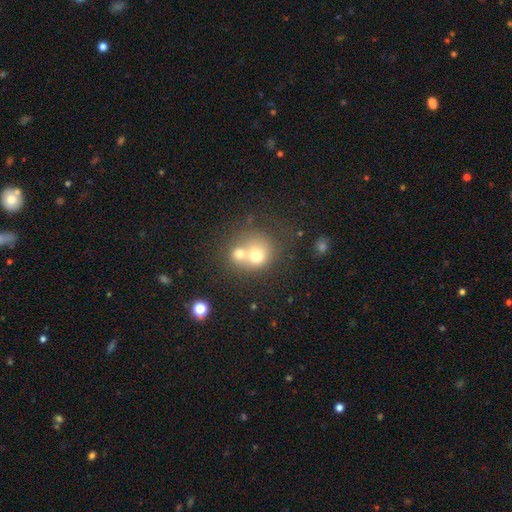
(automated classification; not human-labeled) Smooth or featured: smooth — 66% (featured or disk — 21%)
How rounded: round — 80% (in between — 19%)
Merging: merger — 59% (none — 29%)